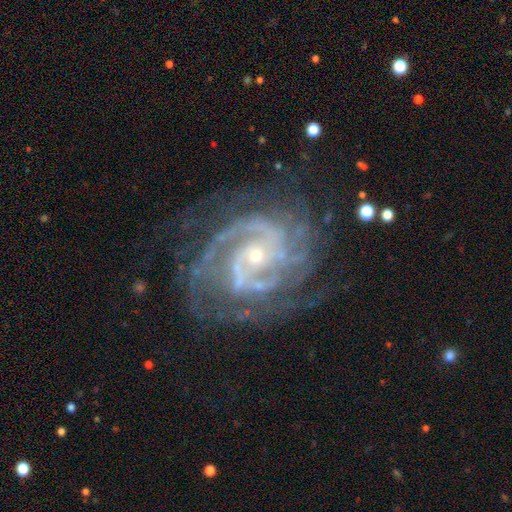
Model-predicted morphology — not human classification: Overall: featured or disk (91%). Edge-on disk: no (98%). Bar: no (60%; weak 29%). Spiral arms: yes (98%). Spiral arm count: 2 (34%; 3 23%). Spiral winding: tight (62%; medium 33%). Bulge size: small (73%). Merging: none (71%).